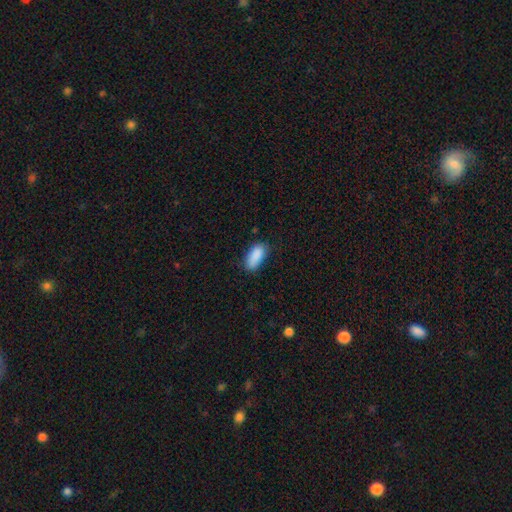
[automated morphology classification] The model was most divided on "merging": none: 73%, minor disturbance: 21%, major disturbance: 4%, merger: 2%. More confident: how rounded — in between (89%); smooth or featured — smooth (88%).